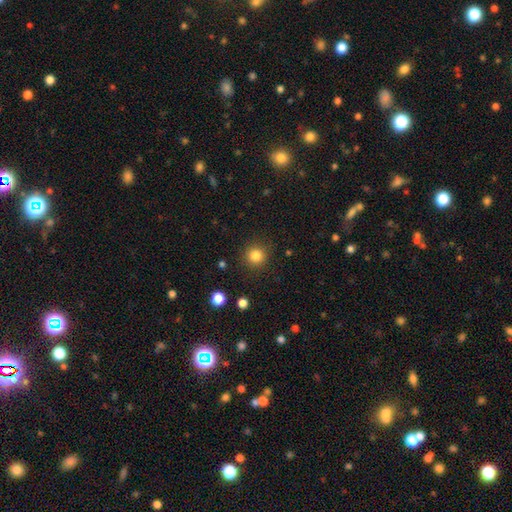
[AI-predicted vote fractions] Smooth or featured: smooth — 83% (star or artifact — 12%)
How rounded: round — 94% (in between — 6%)
Merging: none — 89% (minor disturbance — 7%)